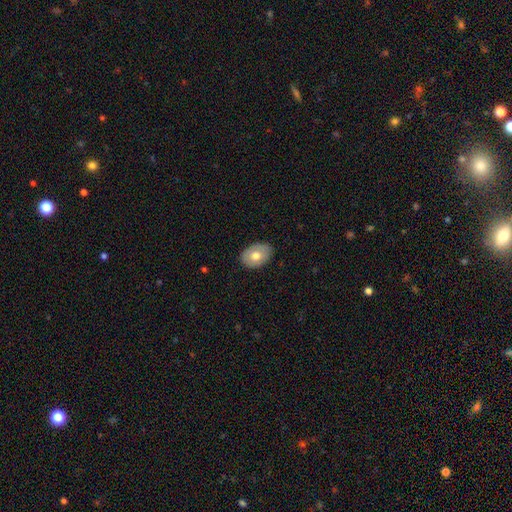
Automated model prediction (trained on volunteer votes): This appears to be a smooth galaxy with no disk features (69%) that is in between round and cigar-shaped (81%). Merging: none (83%).